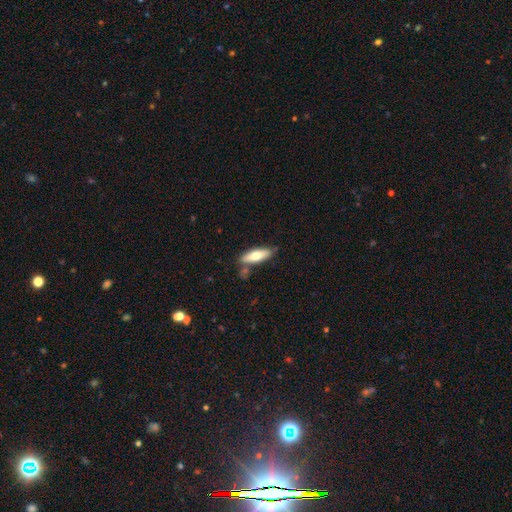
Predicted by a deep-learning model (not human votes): The model was most divided on "how rounded" (2-way tie): cigar-shaped: 49%, in between: 49%, round: 2%. More confident: merging — none (75%); smooth or featured — smooth (62%).